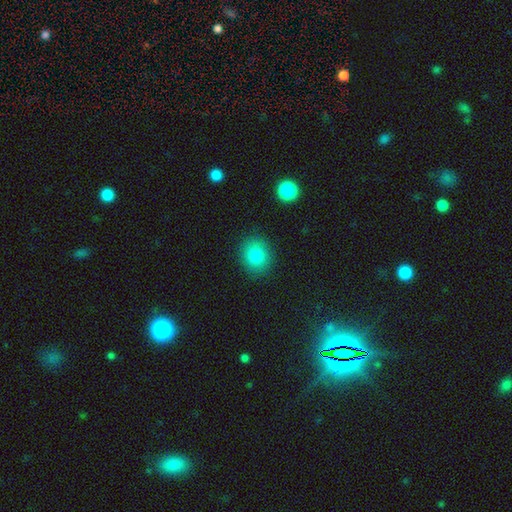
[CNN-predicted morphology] smooth_or_featured: smooth (p=0.82) [alt: star or artifact p=0.10]
how_rounded: round (p=0.75) [alt: in between p=0.24]
merging: none (p=0.88) [alt: minor disturbance p=0.08]